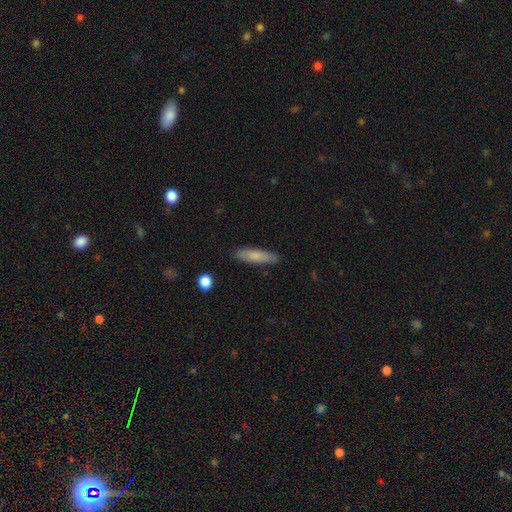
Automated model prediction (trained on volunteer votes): Smooth or featured? smooth (79%)
How rounded? cigar-shaped (76%)
Merging? none (87%)